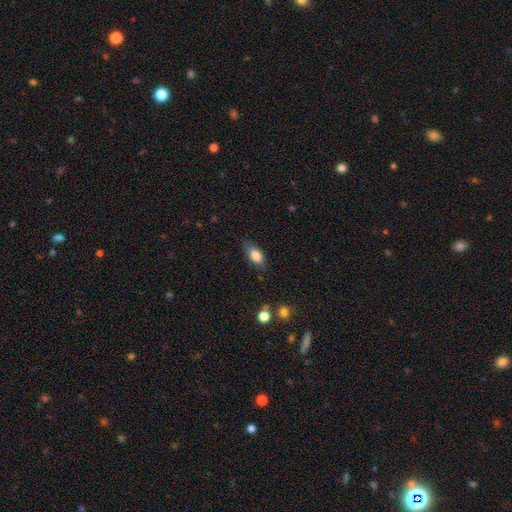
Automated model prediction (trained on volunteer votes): Overall: smooth (82%). How rounded: in between (86%). Merging: none (71%).